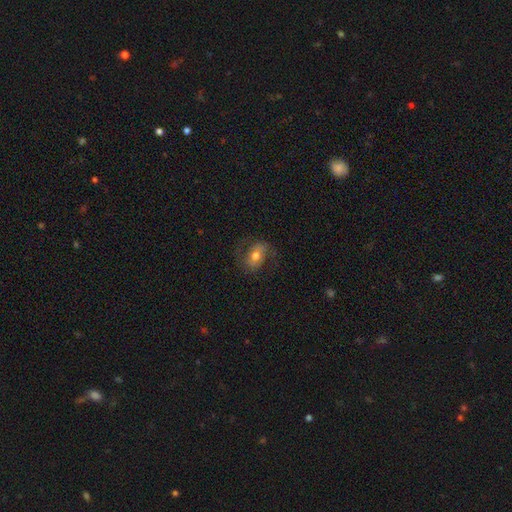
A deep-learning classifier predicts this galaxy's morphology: Smooth or featured: smooth — 49% (featured or disk — 42%)
Merging: none — 67% (minor disturbance — 18%)